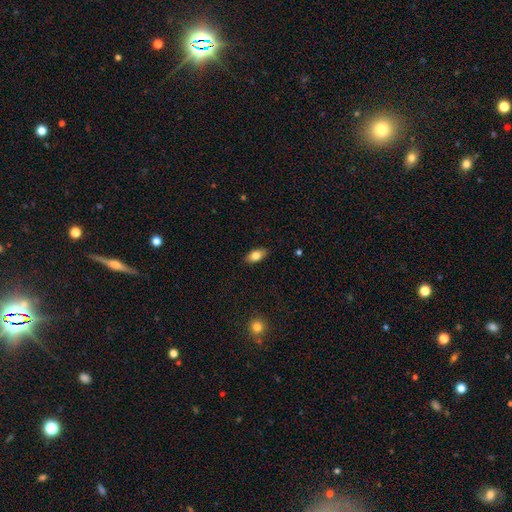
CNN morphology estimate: smooth_or_featured: smooth (p=0.78) [alt: featured or disk p=0.14]
how_rounded: in between (p=0.88) [alt: cigar-shaped p=0.07]
merging: none (p=0.88) [alt: minor disturbance p=0.09]